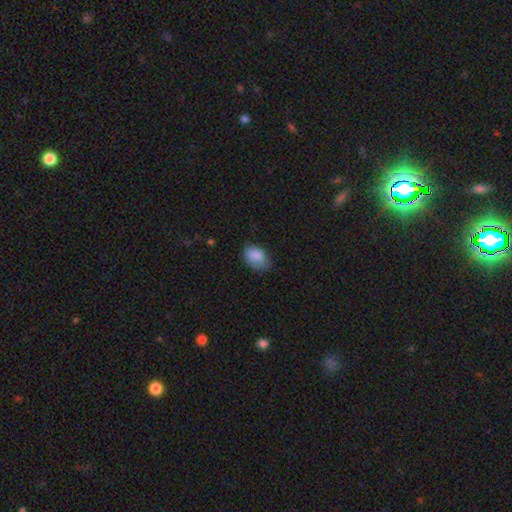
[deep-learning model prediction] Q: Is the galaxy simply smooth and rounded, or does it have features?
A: smooth — 86%.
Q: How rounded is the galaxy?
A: in between — 83%.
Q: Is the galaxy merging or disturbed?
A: none — 60%.